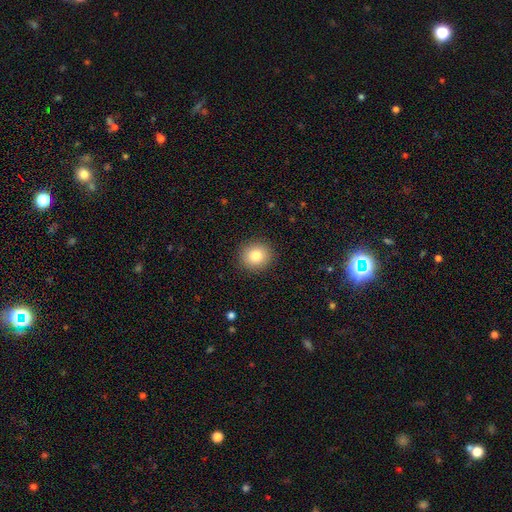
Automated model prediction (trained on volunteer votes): A smooth galaxy with no disk features (83%) that is round (85%). Merging: none (91%).